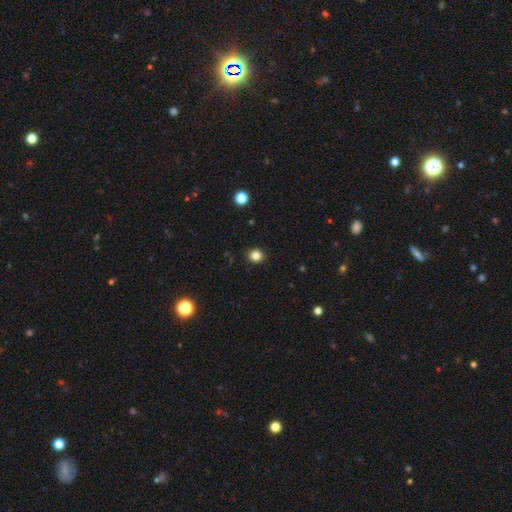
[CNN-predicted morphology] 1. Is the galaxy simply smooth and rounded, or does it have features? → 83% smooth, 13% star or artifact, 4% featured or disk.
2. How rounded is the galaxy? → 86% round, 13% in between, 1% cigar-shaped.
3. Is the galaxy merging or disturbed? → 92% none, 5% minor disturbance, 2% major disturbance, 1% merger.